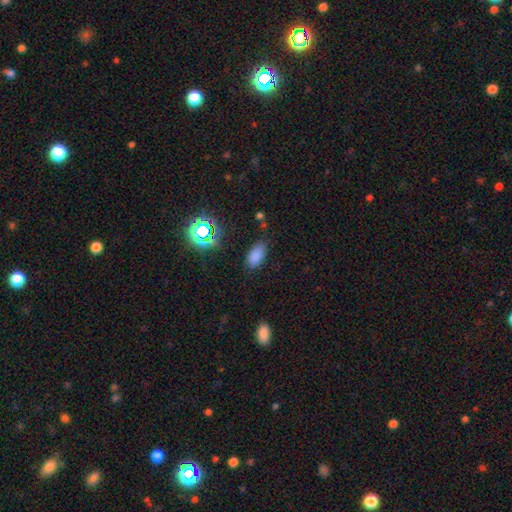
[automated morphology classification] A smooth galaxy with no disk features (77%) that is in between round and cigar-shaped (90%). Merging: none (79%).